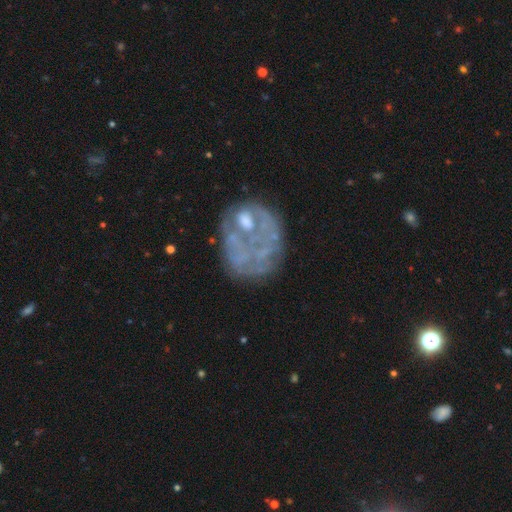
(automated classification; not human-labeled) A featured or disk galaxy (60%) with no bar (90%), no spiral arms (84%) and no central bulge (63%).

Vote fractions:
- Smooth or featured? featured or disk: 60% / smooth: 21% / star or artifact: 19%
- Edge-on disk? no: 98% / yes: 2%
- Bar? no: 90% / weak: 7% / strong: 3%
- Spiral arms? no: 84% / yes: 16%
- Bulge size? none: 63% / small: 18% / moderate: 15% / large: 3% / dominant: 2%
- Merging? none: 47% / major disturbance: 26% / minor disturbance: 18% / merger: 9%